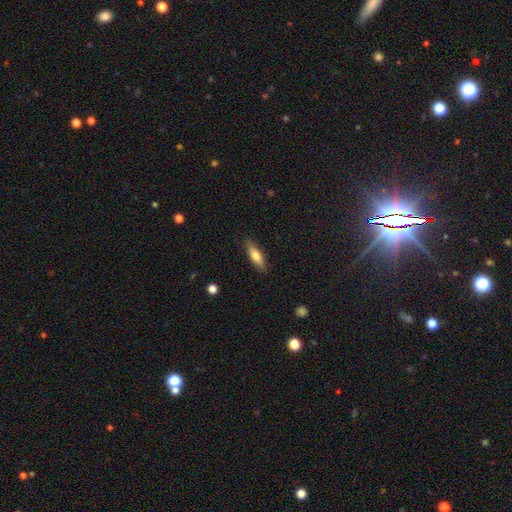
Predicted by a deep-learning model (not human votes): The model was most divided on "how rounded": cigar-shaped: 57%, in between: 41%, round: 2%. More confident: merging — none (87%); smooth or featured — smooth (65%).